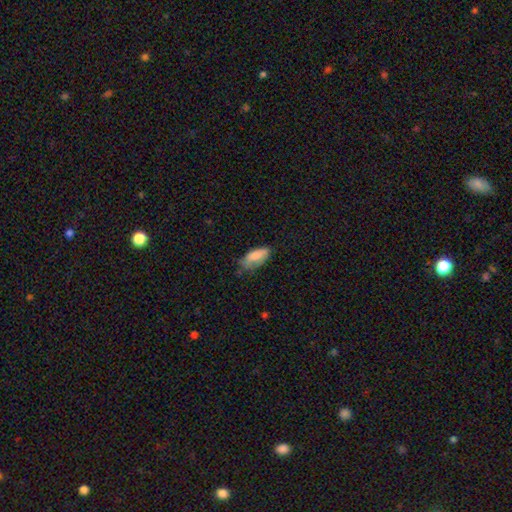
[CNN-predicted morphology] Smooth or featured: smooth — 82% (featured or disk — 11%)
How rounded: in between — 84% (cigar-shaped — 14%)
Merging: none — 51% (minor disturbance — 36%)